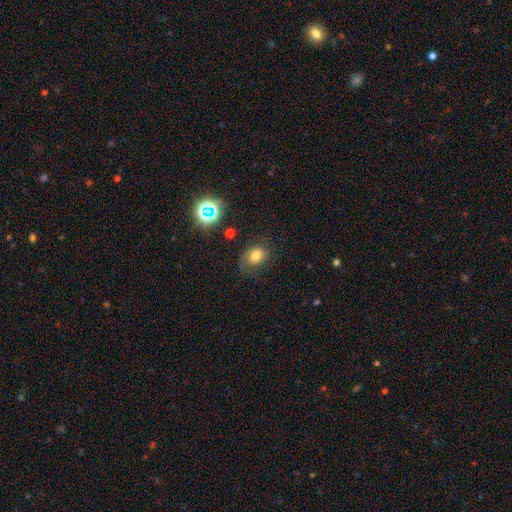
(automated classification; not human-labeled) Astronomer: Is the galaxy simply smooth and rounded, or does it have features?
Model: smooth — 58%.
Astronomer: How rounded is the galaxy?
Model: in between — 61% (runner-up: round, 38%).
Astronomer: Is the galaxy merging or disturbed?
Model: none — 56%.